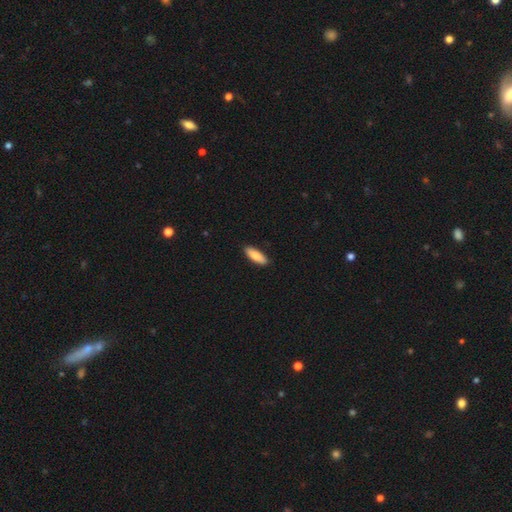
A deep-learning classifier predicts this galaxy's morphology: This is clearly a smooth galaxy (84%). How rounded: possibly in between (54%). Merging: clearly none (90%).